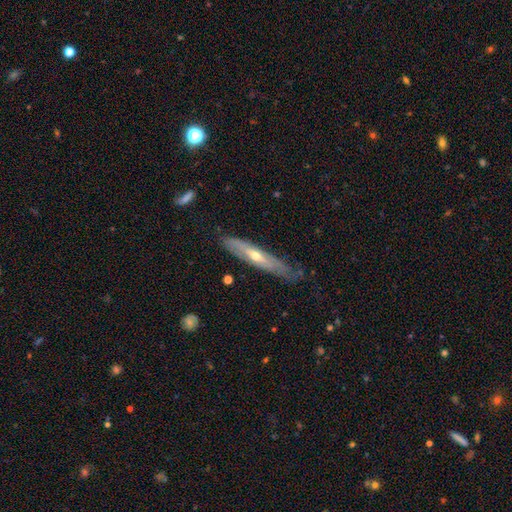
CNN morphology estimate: A featured or disk galaxy (65%) viewed edge-on (63%).

Vote fractions:
- Smooth or featured? featured or disk: 65% / smooth: 29% / star or artifact: 6%
- Edge-on disk? yes: 63% / no: 37%
- Merging? none: 70% / minor disturbance: 22% / major disturbance: 6% / merger: 2%